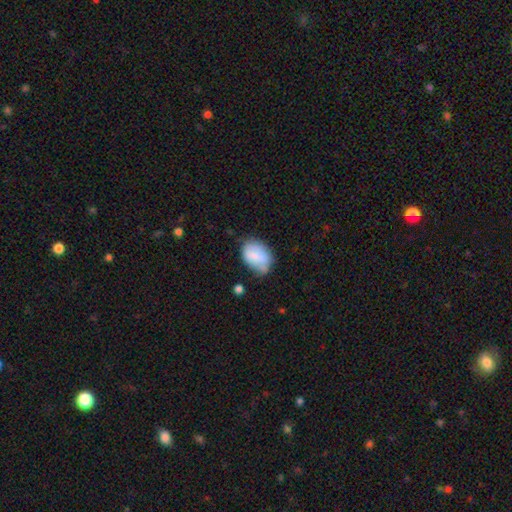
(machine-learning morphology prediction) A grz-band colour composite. It shows a smooth galaxy with no disk features (79%) that is in between round and cigar-shaped (82%). Merging: none (53%).